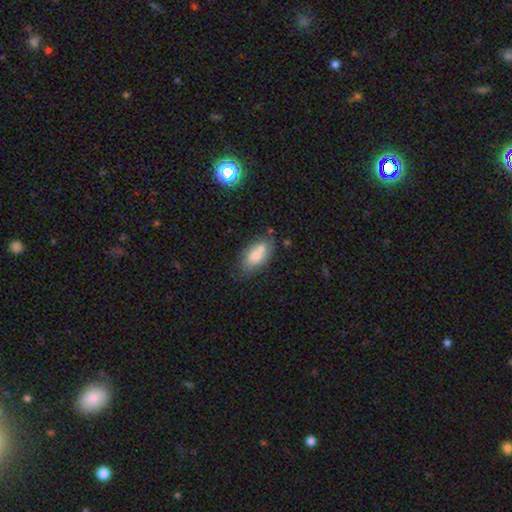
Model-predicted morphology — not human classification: Smooth or featured? smooth (75%)
How rounded? in between (89%)
Merging? none (55%)